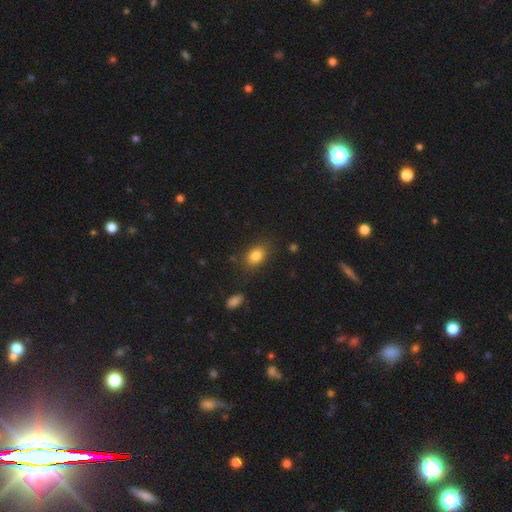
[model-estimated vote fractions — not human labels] Smooth or featured?
  - smooth: 83% *
  - star or artifact: 10%
  - featured or disk: 8%
How rounded?
  - in between: 74% *
  - round: 24%
  - cigar-shaped: 2%
Merging?
  - none: 79% *
  - minor disturbance: 14%
  - major disturbance: 4%
  - merger: 3%